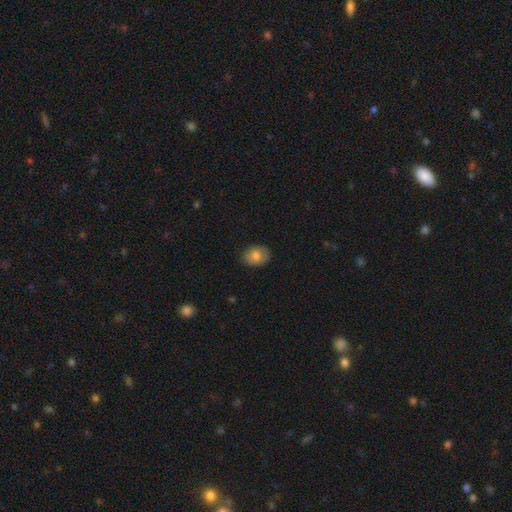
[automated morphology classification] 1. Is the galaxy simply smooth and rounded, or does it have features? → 78% smooth, 14% featured or disk, 8% star or artifact.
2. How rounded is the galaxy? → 66% in between, 33% round, 1% cigar-shaped.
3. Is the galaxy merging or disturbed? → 78% none, 18% minor disturbance, 3% major disturbance, 1% merger.